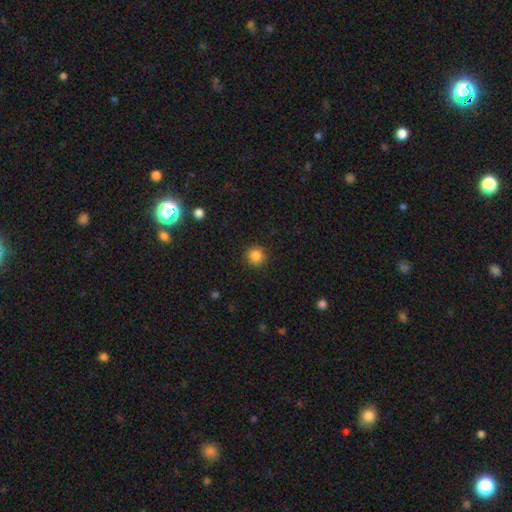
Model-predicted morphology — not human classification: Q: Smooth or featured?
A: smooth (85%); runner-up: star or artifact (11%)
Q: How rounded?
A: round (93%); runner-up: in between (6%)
Q: Merging?
A: none (89%); runner-up: minor disturbance (7%)